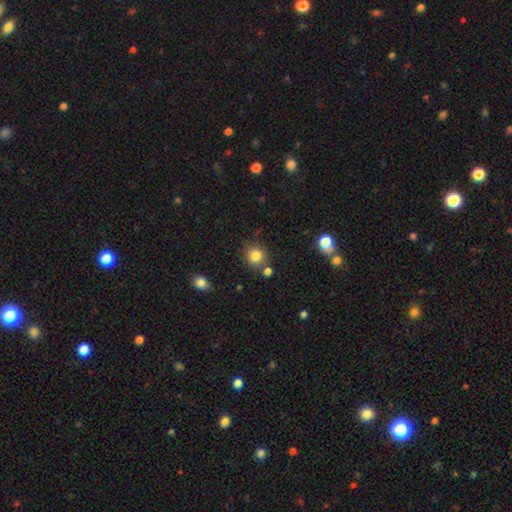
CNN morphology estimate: The model was most divided on "merging": none: 78%, minor disturbance: 10%, merger: 9%, major disturbance: 3%. More confident: how rounded — round (89%); smooth or featured — smooth (82%).